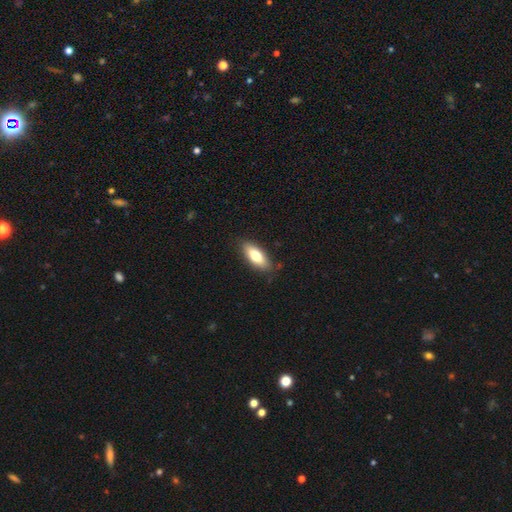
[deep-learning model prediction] Q: Smooth or featured?
A: smooth (73%); runner-up: featured or disk (21%)
Q: How rounded?
A: in between (75%); runner-up: cigar-shaped (23%)
Q: Merging?
A: none (86%); runner-up: minor disturbance (11%)